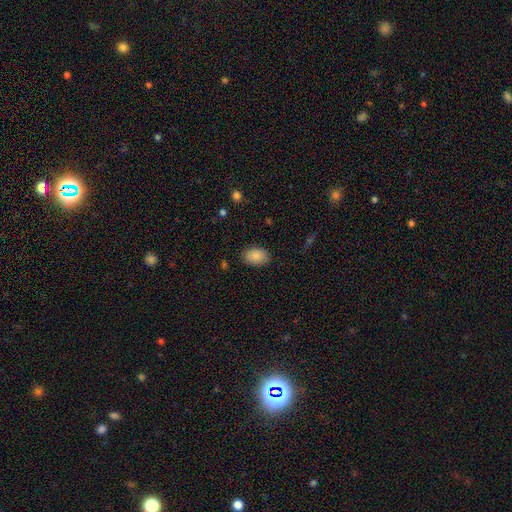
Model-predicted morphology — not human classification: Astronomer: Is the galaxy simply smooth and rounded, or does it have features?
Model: smooth — 87%.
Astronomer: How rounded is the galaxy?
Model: in between — 87%.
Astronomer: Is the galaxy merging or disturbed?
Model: none — 86%.